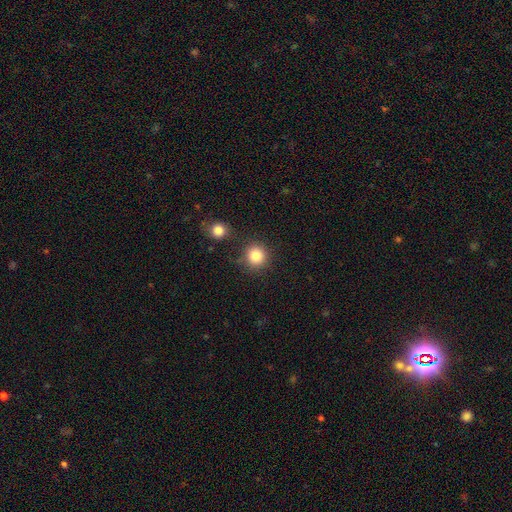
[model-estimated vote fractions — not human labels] The model was most divided on "merging": none: 80%, minor disturbance: 9%, merger: 7%, major disturbance: 3%. More confident: how rounded — round (93%); smooth or featured — smooth (84%).